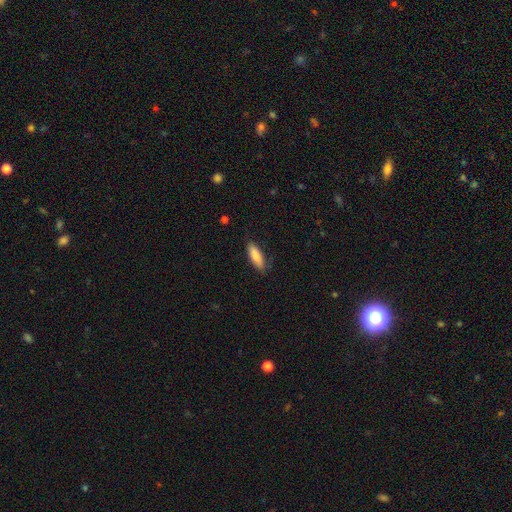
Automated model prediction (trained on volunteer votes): The model was most divided on "how rounded": in between: 50%, cigar-shaped: 48%, round: 2%. More confident: smooth or featured — smooth (84%); merging — none (82%).